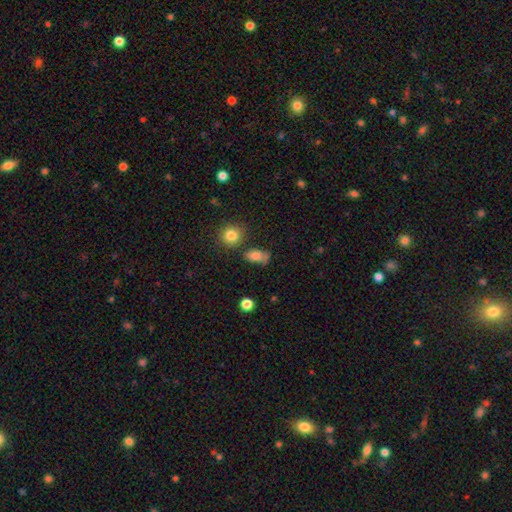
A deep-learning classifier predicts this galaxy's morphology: A smooth galaxy with no disk features (78%) that is in between round and cigar-shaped (79%).

Vote fractions:
- Smooth or featured? smooth: 78% / featured or disk: 11% / star or artifact: 11%
- How rounded? in between: 79% / round: 17% / cigar-shaped: 4%
- Merging? none: 48% / minor disturbance: 29% / major disturbance: 15% / merger: 8%